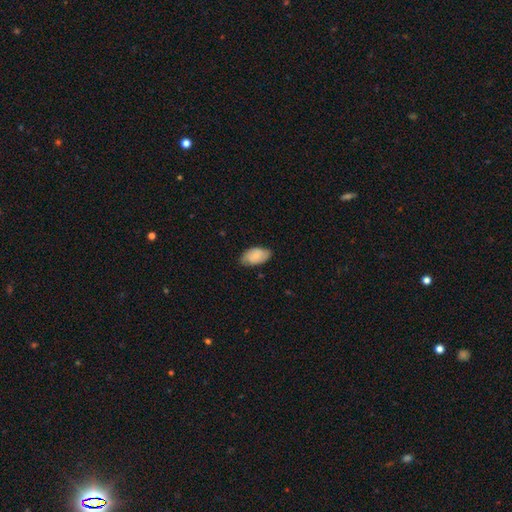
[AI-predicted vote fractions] Overall: smooth (65%; featured or disk 29%). How rounded: in between (94%). Merging: none (76%).